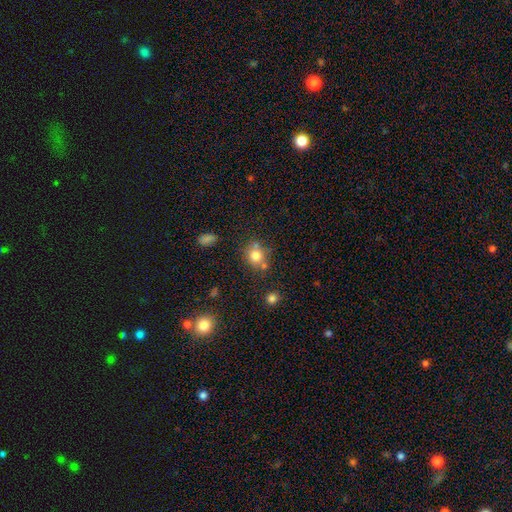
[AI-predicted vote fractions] The model was most divided on "merging": none: 62%, merger: 19%, minor disturbance: 14%, major disturbance: 5%. More confident: smooth or featured — smooth (77%); how rounded — round (76%).